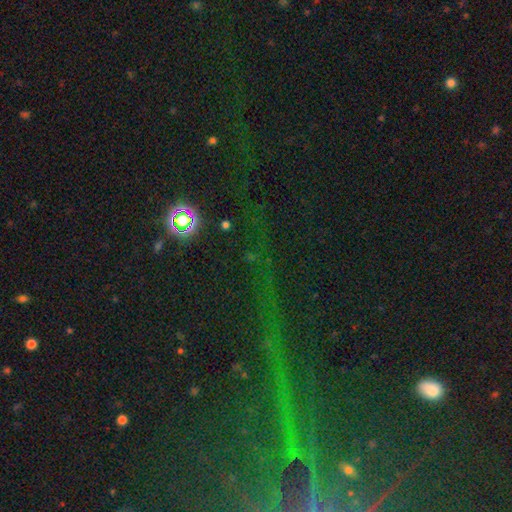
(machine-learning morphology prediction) Smooth or featured: star or artifact — 78% (featured or disk — 11%)